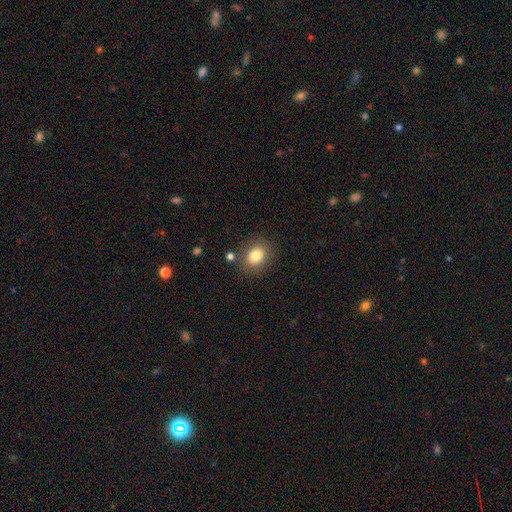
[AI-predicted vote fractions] smooth_or_featured: smooth (p=0.80) [alt: star or artifact p=0.10]
how_rounded: round (p=0.63) [alt: in between p=0.36]
merging: none (p=0.82) [alt: minor disturbance p=0.10]